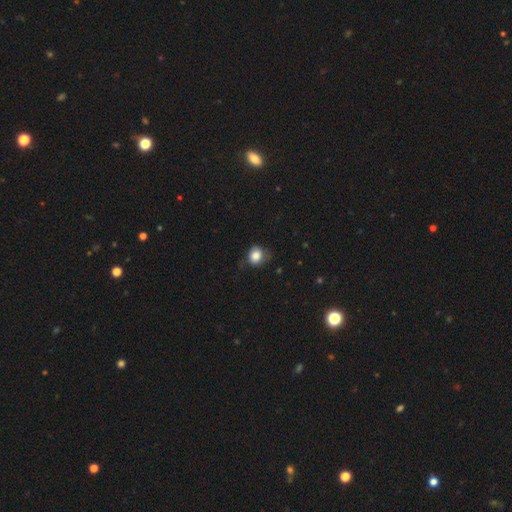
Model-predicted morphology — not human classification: smooth-or-featured: smooth: 82% | star or artifact: 9% | featured or disk: 9%
  how-rounded: round: 66% | in between: 33% | cigar-shaped: 1%
  merging: none: 61% | minor disturbance: 28% | major disturbance: 9% | merger: 1%